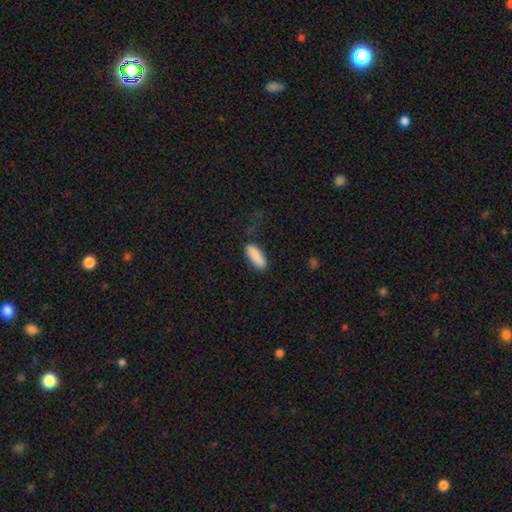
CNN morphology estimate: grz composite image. It shows a smooth galaxy with no disk features (88%) that is in between round and cigar-shaped (67%). Merging: none (79%).